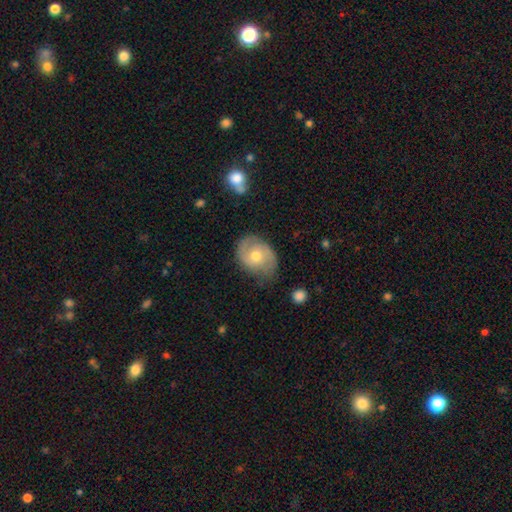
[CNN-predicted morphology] Smooth or featured? Predicted: featured or disk (p=0.60). Edge-on disk? Predicted: no (p=0.96). Bar? Predicted: no (p=0.70). Spiral arms? Predicted: yes (p=0.83). Bulge size? Predicted: moderate (p=0.69). Merging? Predicted: none (p=0.66).